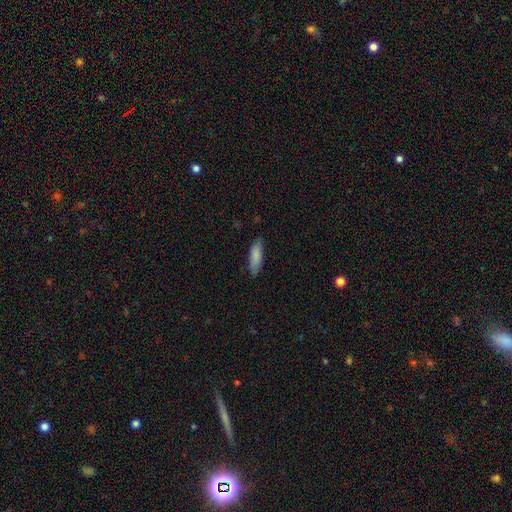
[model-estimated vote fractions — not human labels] A smooth galaxy with no disk features (84%) that is in between round and cigar-shaped (51%). Merging: none (81%).